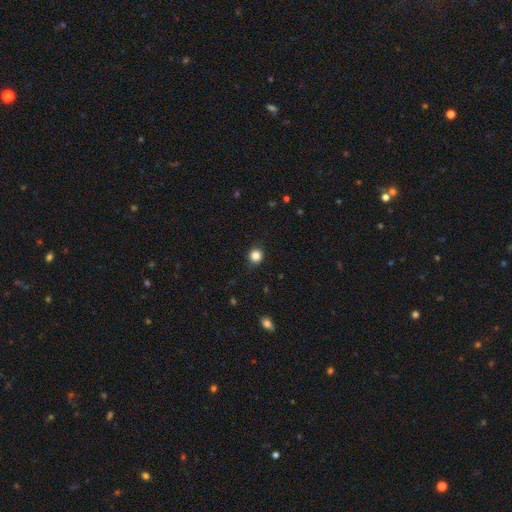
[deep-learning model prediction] smooth 85%, star or artifact 11%, featured or disk 4%. Down the decision tree: how rounded — round (88%); merging — none (89%).